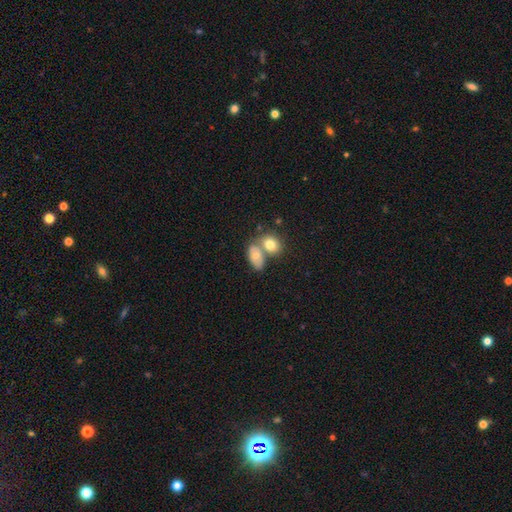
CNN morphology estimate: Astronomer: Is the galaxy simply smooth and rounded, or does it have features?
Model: smooth — 73%.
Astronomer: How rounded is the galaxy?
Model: in between — 83%.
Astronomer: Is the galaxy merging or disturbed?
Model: merger — 53% (runner-up: none, 32%).